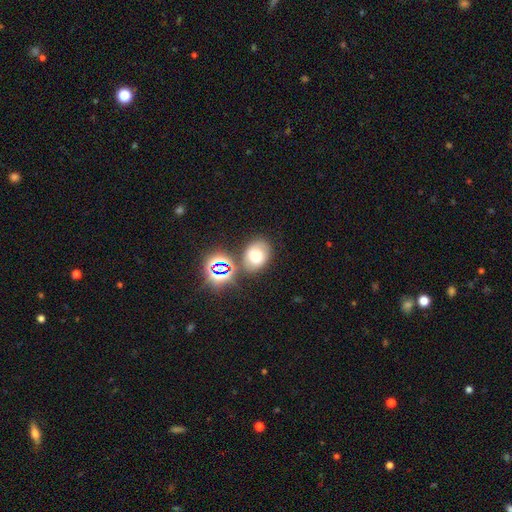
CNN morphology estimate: smooth 56%, star or artifact 23%, featured or disk 21%. Down the decision tree: how rounded — in between (59%); merging — none (70%).